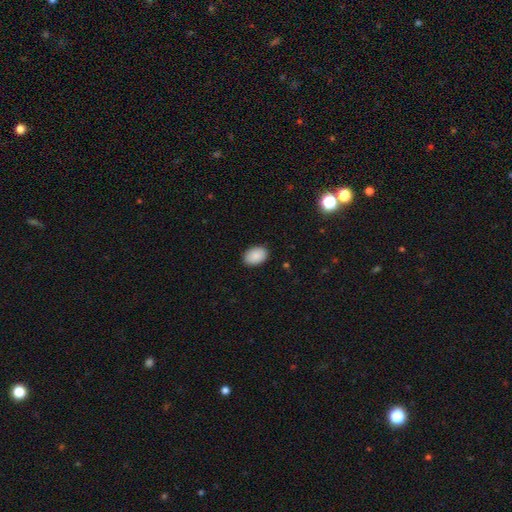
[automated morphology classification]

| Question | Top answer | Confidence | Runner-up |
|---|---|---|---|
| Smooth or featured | smooth | 90% | star or artifact (7%) |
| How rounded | in between | 83% | round (16%) |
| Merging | none | 89% | minor disturbance (8%) |